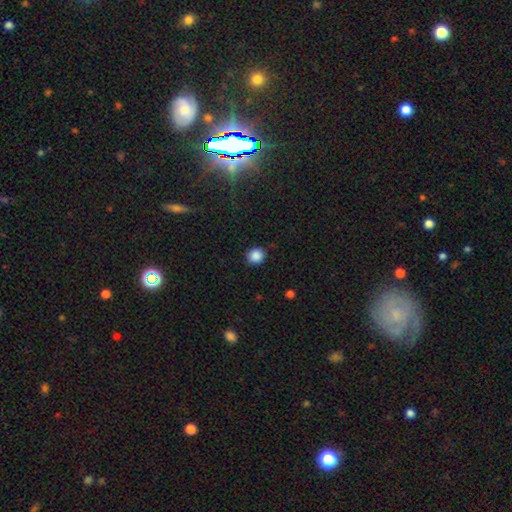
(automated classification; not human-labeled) smooth_or_featured: smooth (p=0.87) [alt: star or artifact p=0.10]
how_rounded: round (p=0.89) [alt: in between p=0.10]
merging: none (p=0.88) [alt: minor disturbance p=0.08]